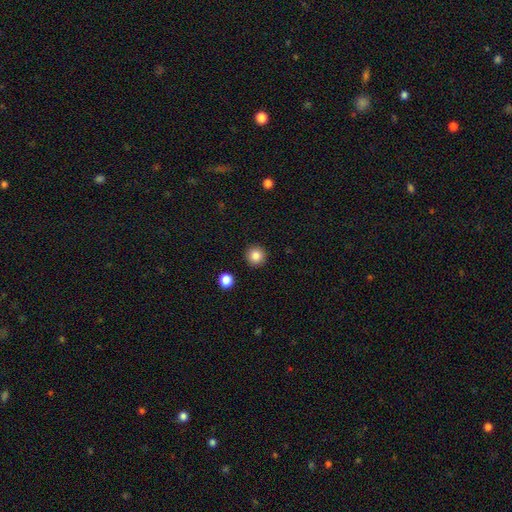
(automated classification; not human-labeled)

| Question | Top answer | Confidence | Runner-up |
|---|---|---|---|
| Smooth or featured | smooth | 85% | star or artifact (11%) |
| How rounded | round | 96% | in between (3%) |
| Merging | none | 92% | minor disturbance (4%) |